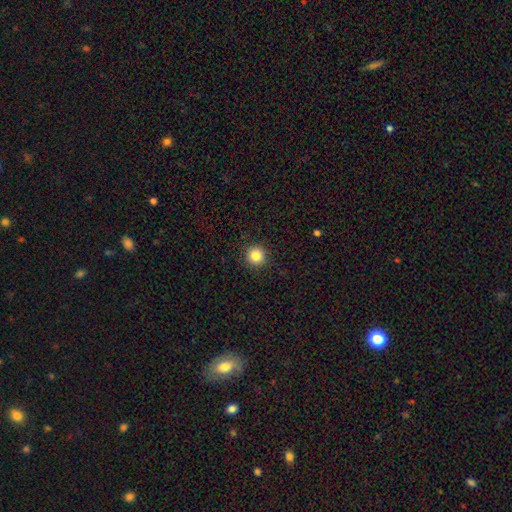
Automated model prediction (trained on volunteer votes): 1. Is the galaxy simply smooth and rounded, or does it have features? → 84% smooth, 11% star or artifact, 4% featured or disk.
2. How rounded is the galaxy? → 96% round, 3% in between, 1% cigar-shaped.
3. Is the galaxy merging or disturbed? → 93% none, 5% minor disturbance, 2% major disturbance, 1% merger.